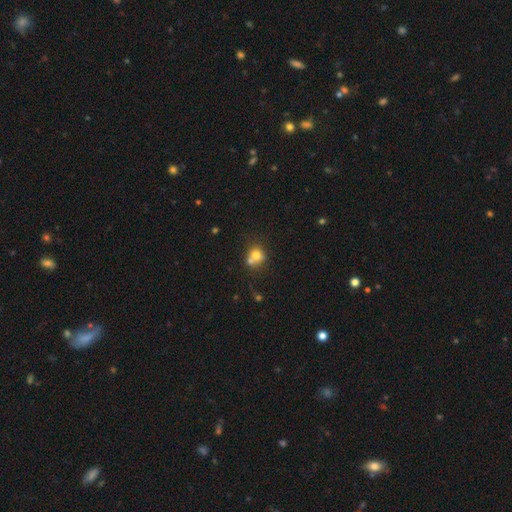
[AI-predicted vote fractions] Smooth or featured? Predicted: smooth (p=0.71). How rounded? Predicted: round (p=0.74). Merging? Predicted: merger (p=0.48).